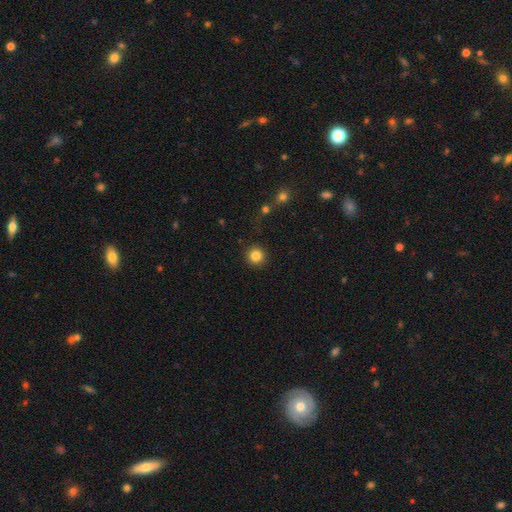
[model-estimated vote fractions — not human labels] smooth_or_featured: smooth (p=0.84) [alt: star or artifact p=0.11]
how_rounded: round (p=0.94) [alt: in between p=0.05]
merging: none (p=0.91) [alt: minor disturbance p=0.06]